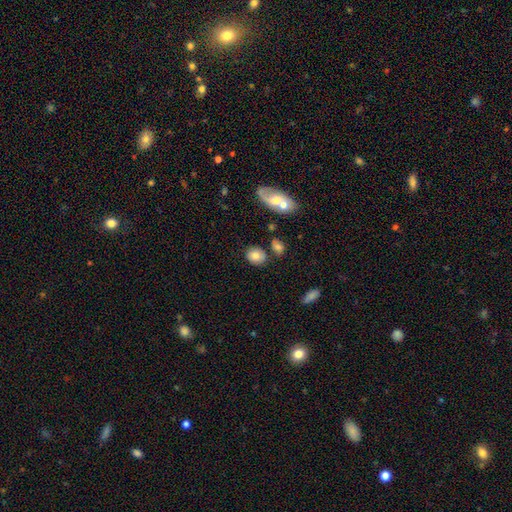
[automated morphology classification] This appears to be a smooth galaxy with no disk features (80%) that is round (53%). Merging: none (74%).